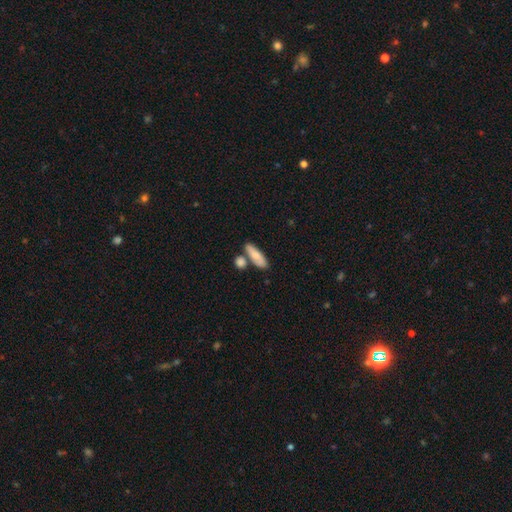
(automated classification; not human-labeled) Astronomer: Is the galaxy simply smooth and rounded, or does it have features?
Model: smooth — 74%.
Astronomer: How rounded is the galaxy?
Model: in between — 59% (runner-up: cigar-shaped, 37%).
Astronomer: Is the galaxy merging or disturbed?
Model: none — 60%.